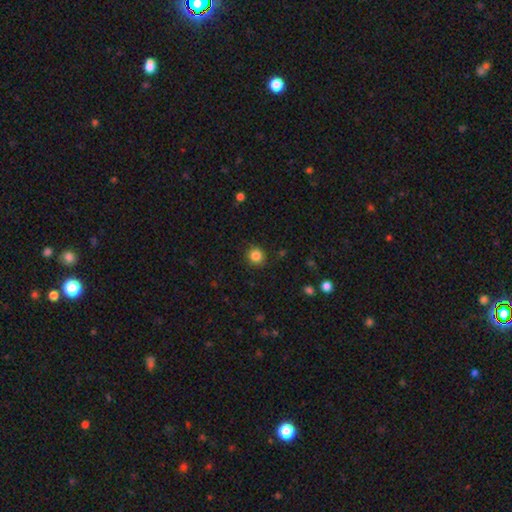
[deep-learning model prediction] Q: Smooth or featured?
A: smooth (85%); runner-up: star or artifact (11%)
Q: How rounded?
A: round (90%); runner-up: in between (9%)
Q: Merging?
A: none (88%); runner-up: minor disturbance (8%)